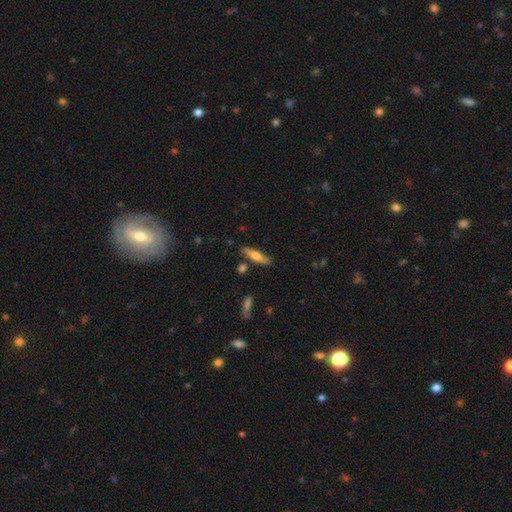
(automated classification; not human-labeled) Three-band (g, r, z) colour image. It shows a smooth galaxy with no disk features (52%) that is cigar-shaped (75%). Merging: none (81%).